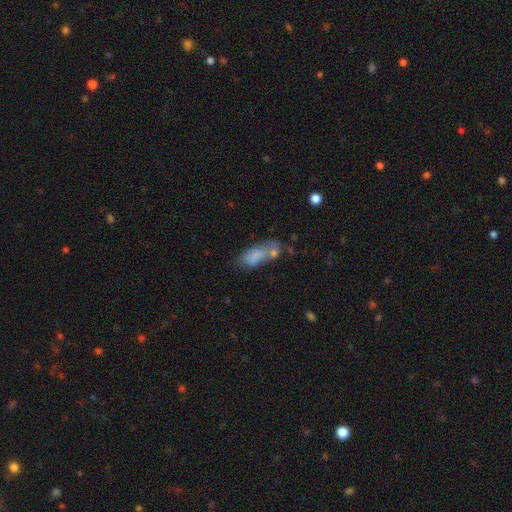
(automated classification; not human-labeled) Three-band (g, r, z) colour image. It shows a smooth galaxy with no disk features (70%) that is in between round and cigar-shaped (78%). Merging: none (32%, tied with merger).